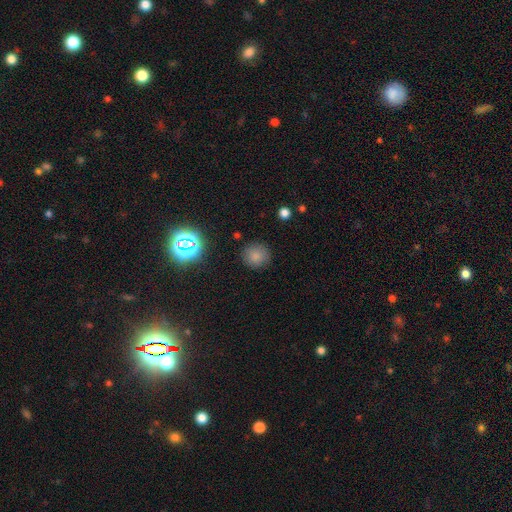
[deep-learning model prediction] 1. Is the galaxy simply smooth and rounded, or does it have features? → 79% smooth, 16% star or artifact, 6% featured or disk.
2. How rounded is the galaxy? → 92% round, 7% in between, 1% cigar-shaped.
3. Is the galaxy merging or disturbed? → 88% none, 8% minor disturbance, 3% major disturbance, 1% merger.